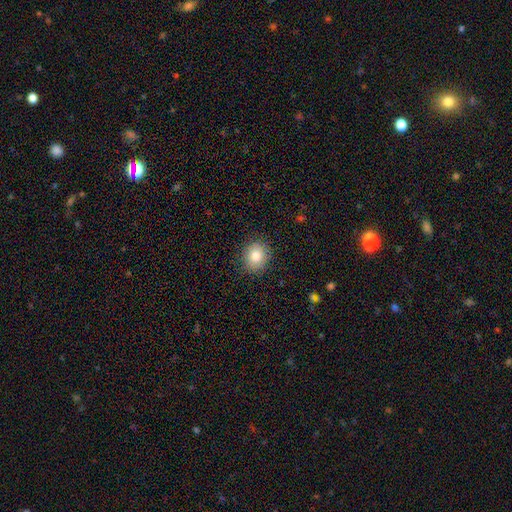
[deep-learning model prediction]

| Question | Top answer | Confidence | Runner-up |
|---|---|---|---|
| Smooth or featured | smooth | 83% | star or artifact (9%) |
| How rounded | round | 72% | in between (27%) |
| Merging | none | 88% | minor disturbance (9%) |